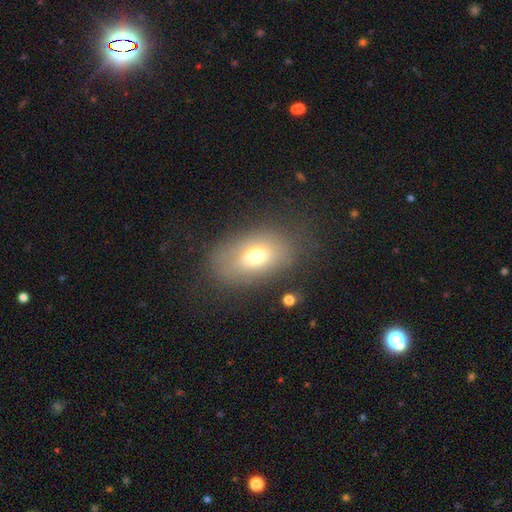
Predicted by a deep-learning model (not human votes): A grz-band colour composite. It shows a smooth galaxy with no disk features (66%) that is in between round and cigar-shaped (85%). Merging: none (67%).